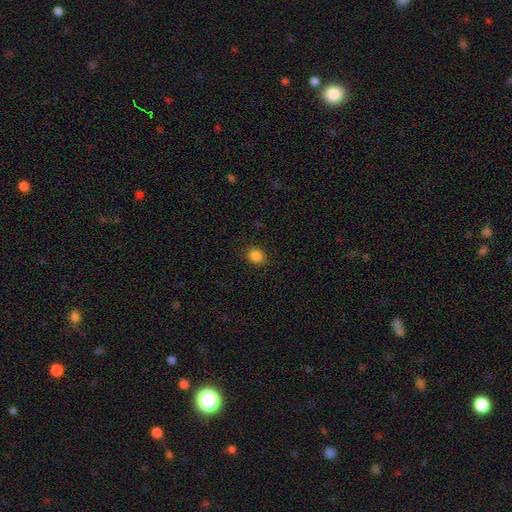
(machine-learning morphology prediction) Smooth or featured: smooth — 85% (star or artifact — 11%)
How rounded: round — 70% (in between — 29%)
Merging: none — 89% (minor disturbance — 7%)